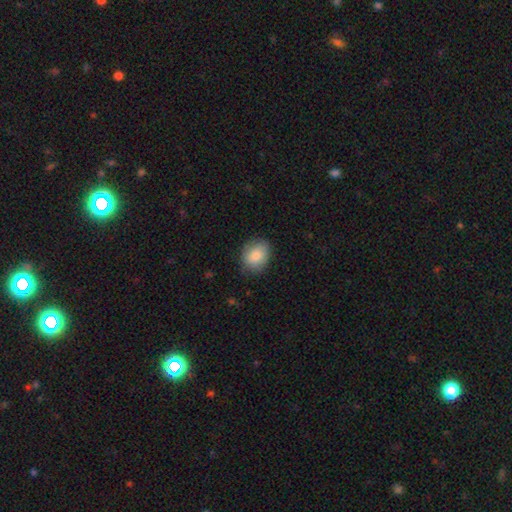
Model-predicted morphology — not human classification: Smooth or featured: smooth — 84% (featured or disk — 9%)
How rounded: in between — 51% (round — 48%)
Merging: none — 81% (minor disturbance — 15%)